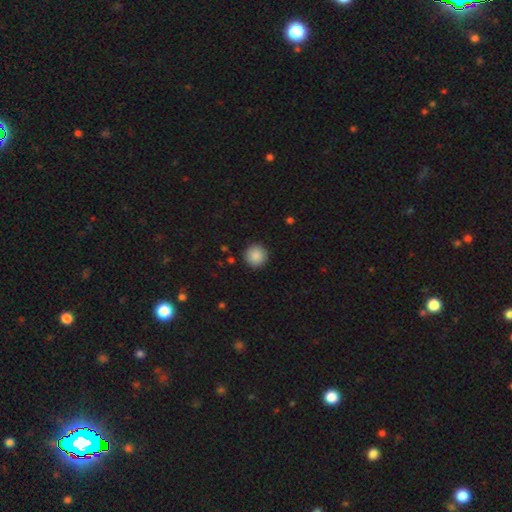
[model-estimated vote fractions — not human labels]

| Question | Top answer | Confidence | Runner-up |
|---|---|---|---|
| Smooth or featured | smooth | 88% | star or artifact (8%) |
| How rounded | round | 96% | in between (3%) |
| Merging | none | 92% | minor disturbance (5%) |